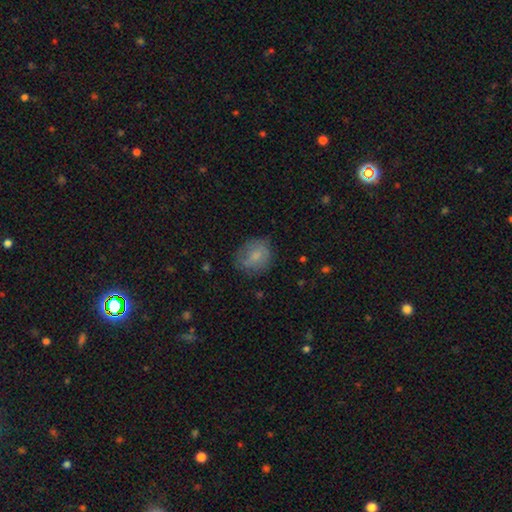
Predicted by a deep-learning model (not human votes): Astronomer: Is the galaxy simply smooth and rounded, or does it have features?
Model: smooth — 68%.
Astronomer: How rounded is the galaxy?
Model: round — 66%.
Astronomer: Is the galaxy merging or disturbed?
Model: none — 68%.